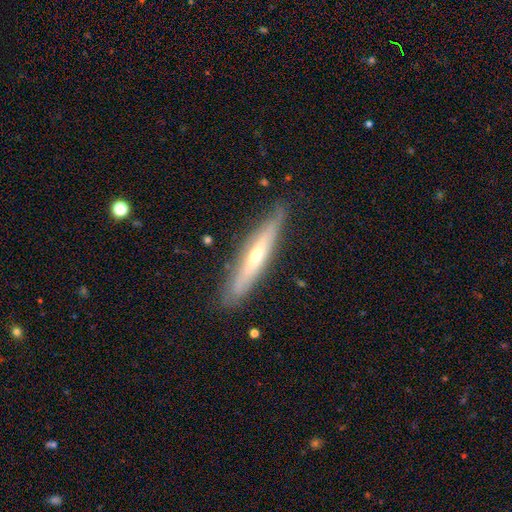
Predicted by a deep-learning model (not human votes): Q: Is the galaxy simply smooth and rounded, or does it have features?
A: featured or disk — 62%.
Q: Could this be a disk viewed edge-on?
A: yes — 84%.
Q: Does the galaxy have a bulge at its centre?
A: rounded — 73%.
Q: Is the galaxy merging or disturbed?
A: none — 82%.